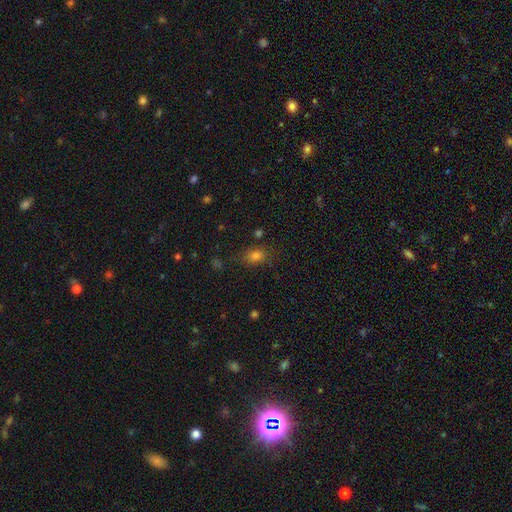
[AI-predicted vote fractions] smooth_or_featured: smooth (p=0.76) [alt: star or artifact p=0.17]
how_rounded: in between (p=0.64) [alt: round p=0.34]
merging: none (p=0.77) [alt: minor disturbance p=0.15]